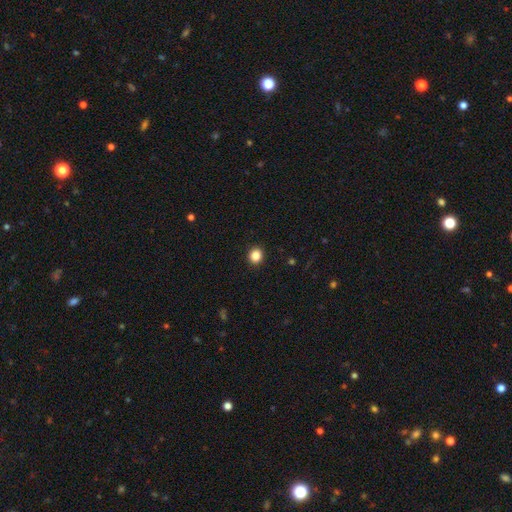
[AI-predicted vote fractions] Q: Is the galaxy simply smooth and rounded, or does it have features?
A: smooth — 85%.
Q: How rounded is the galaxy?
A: round — 83%.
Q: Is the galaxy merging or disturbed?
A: none — 93%.